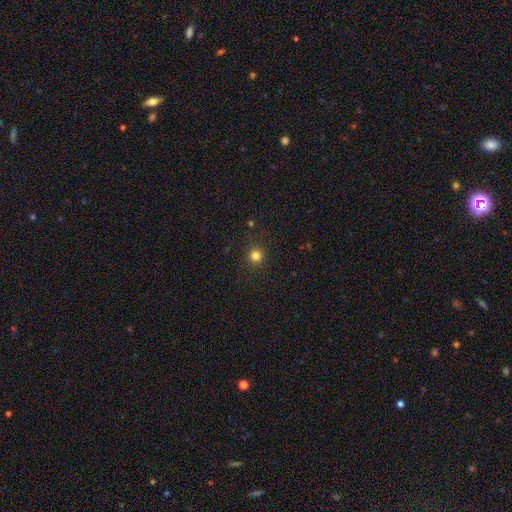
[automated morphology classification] The model was most divided on "smooth or featured": smooth: 81%, star or artifact: 15%, featured or disk: 4%. More confident: how rounded — round (94%); merging — none (91%).